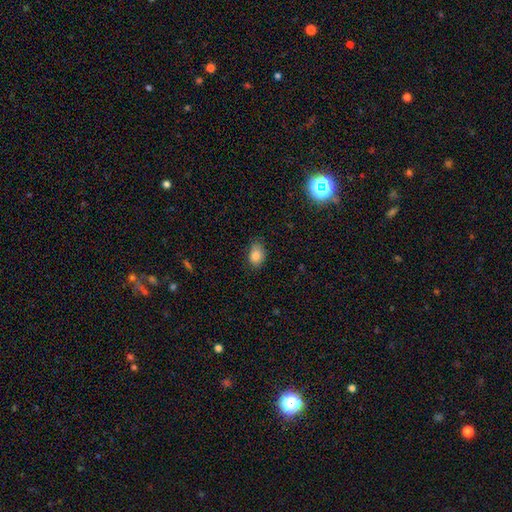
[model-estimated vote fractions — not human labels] Smooth or featured? smooth (84%)
How rounded? in between (77%)
Merging? none (73%)